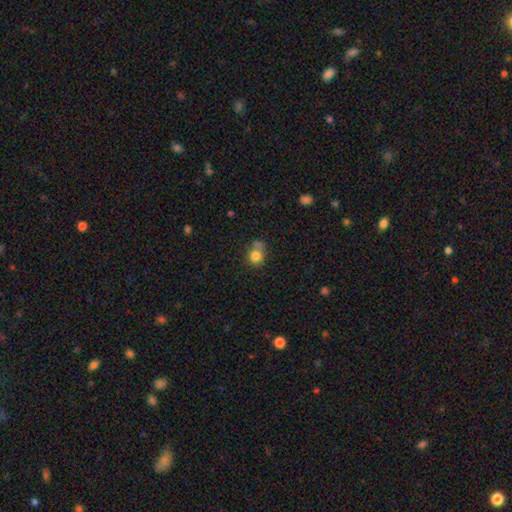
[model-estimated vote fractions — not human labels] Smooth or featured: smooth — 81% (star or artifact — 12%)
How rounded: round — 86% (in between — 13%)
Merging: none — 57% (merger — 24%)